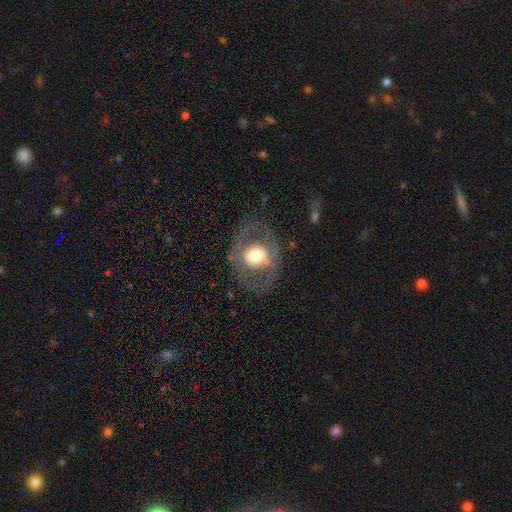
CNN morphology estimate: This appears to be a featured or disk galaxy (55%) with no bar (72%), no spiral arms (74%) and a moderate central bulge (52%). Merging: none (74%).